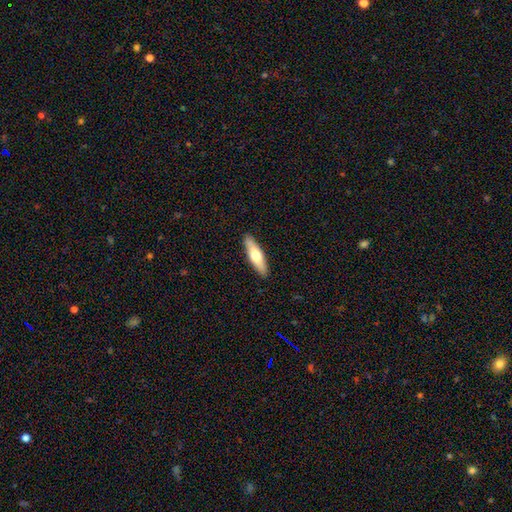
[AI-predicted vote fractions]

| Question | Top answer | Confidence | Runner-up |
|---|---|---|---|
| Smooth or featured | smooth | 59% | featured or disk (36%) |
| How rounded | cigar-shaped | 64% | in between (34%) |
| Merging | none | 90% | minor disturbance (8%) |